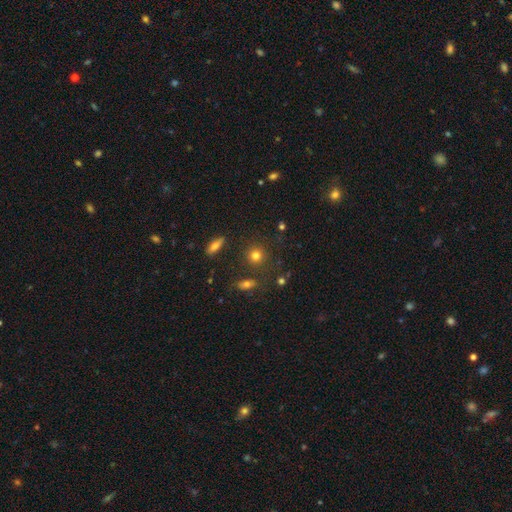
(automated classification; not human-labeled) Q: Smooth or featured?
A: smooth (77%); runner-up: star or artifact (14%)
Q: How rounded?
A: round (88%); runner-up: in between (10%)
Q: Merging?
A: none (82%); runner-up: minor disturbance (9%)